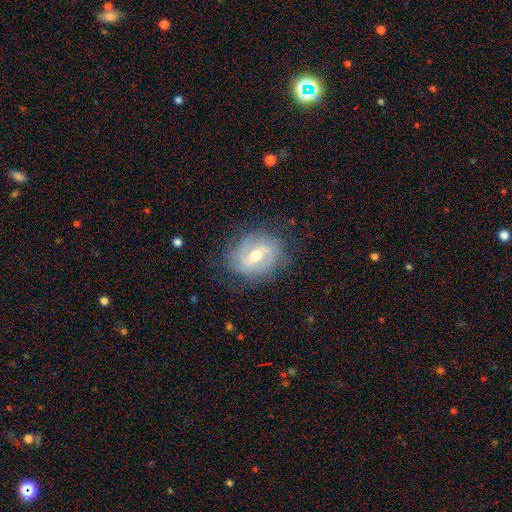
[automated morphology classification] featured or disk 77%, smooth 16%, star or artifact 6%. Down the decision tree: edge-on disk — no (96%); bar — weak (50%); spiral arms — yes (86%); spiral arm count — 2 (61%); spiral winding — tight (47%); bulge size — moderate (68%); merging — none (77%).